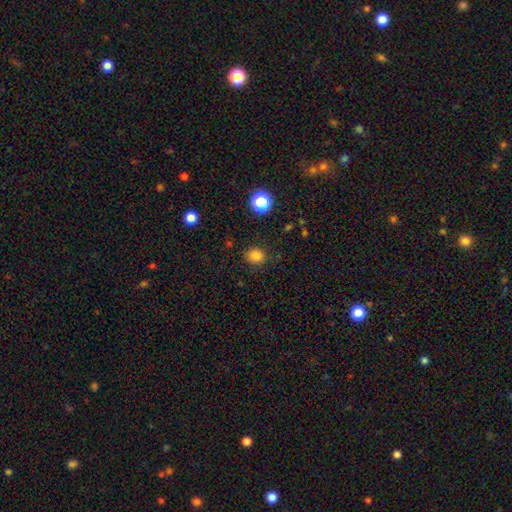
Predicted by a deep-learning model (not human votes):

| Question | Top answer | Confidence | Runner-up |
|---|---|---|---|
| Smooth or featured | smooth | 83% | star or artifact (13%) |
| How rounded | round | 74% | in between (25%) |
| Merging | none | 86% | minor disturbance (10%) |